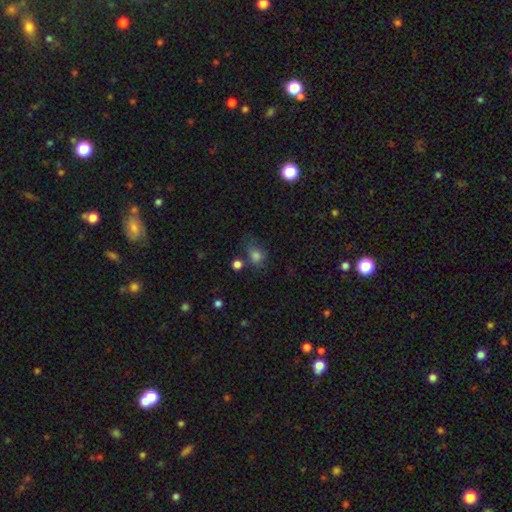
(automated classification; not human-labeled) A smooth galaxy with no disk features (77%) that is in between round and cigar-shaped (51%).

Vote fractions:
- Smooth or featured? smooth: 77% / star or artifact: 14% / featured or disk: 9%
- How rounded? in between: 51% / round: 48% / cigar-shaped: 1%
- Merging? none: 48% / minor disturbance: 25% / major disturbance: 15% / merger: 12%